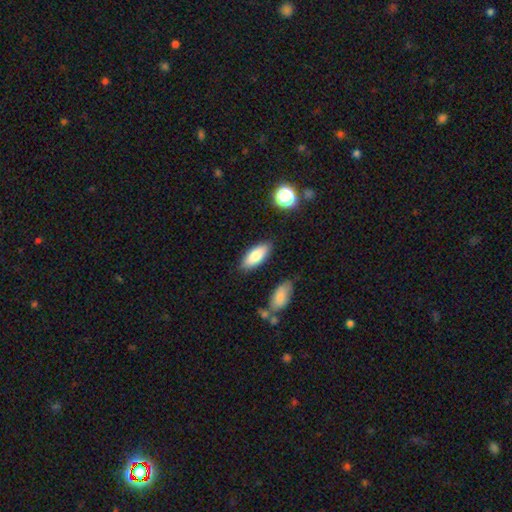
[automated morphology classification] smooth 82%, featured or disk 11%, star or artifact 7%. Down the decision tree: how rounded — in between (79%); merging — none (83%).